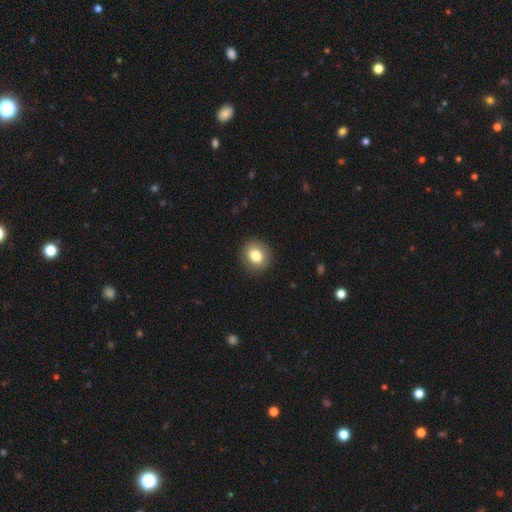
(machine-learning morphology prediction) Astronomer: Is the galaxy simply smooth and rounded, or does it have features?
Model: smooth — 82%.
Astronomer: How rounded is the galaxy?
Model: round — 76%.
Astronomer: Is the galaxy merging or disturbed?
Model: none — 89%.